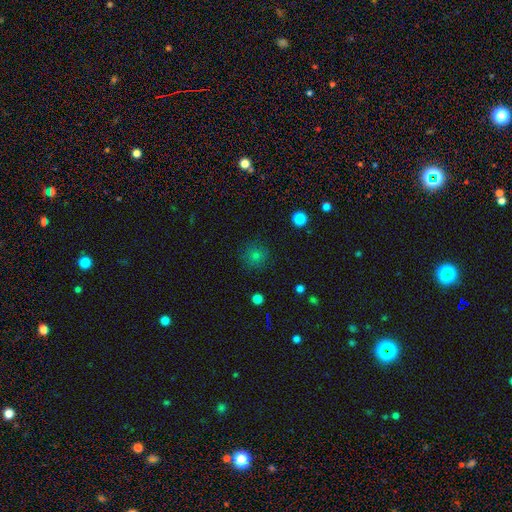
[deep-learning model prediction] This appears to be a smooth galaxy with no disk features (69%) that is round (94%). Merging: none (87%).